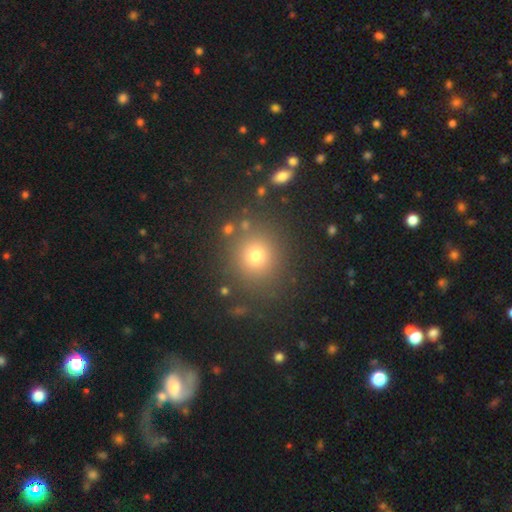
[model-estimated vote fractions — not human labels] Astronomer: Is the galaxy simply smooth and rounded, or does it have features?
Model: smooth — 75%.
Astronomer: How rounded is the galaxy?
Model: round — 87%.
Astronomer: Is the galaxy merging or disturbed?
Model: none — 84%.